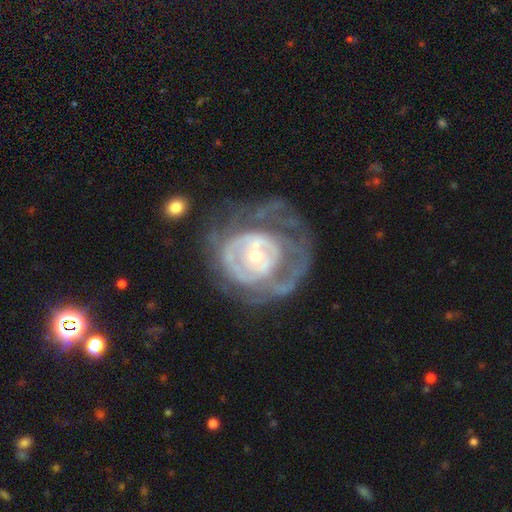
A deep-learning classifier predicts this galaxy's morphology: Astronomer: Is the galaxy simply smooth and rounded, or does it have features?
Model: featured or disk — 81%.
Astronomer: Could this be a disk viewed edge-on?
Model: no — 97%.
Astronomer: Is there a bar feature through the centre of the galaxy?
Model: no — 74%.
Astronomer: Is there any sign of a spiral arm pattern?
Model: yes — 66%.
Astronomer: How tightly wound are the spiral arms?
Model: tight — 62%.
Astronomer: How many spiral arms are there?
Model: can't tell — 53%.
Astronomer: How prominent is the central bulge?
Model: small — 49% (runner-up: moderate, 44%).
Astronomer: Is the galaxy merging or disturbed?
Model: major disturbance — 41% (runner-up: none, 34%).